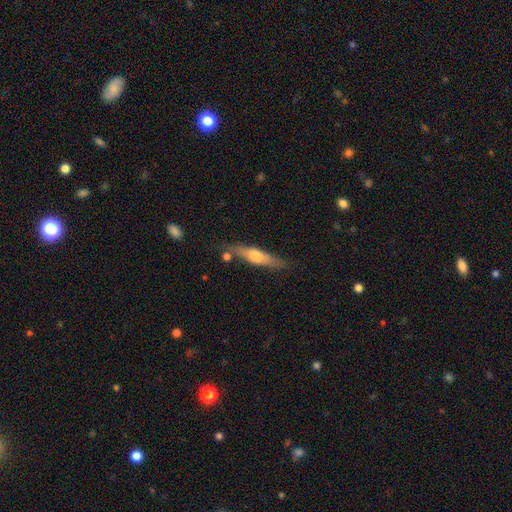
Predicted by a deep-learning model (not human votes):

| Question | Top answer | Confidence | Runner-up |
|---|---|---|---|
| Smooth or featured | featured or disk | 56% | smooth (38%) |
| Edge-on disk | yes | 92% | no (8%) |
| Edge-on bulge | rounded | 85% | boxy (9%) |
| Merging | none | 77% | minor disturbance (15%) |